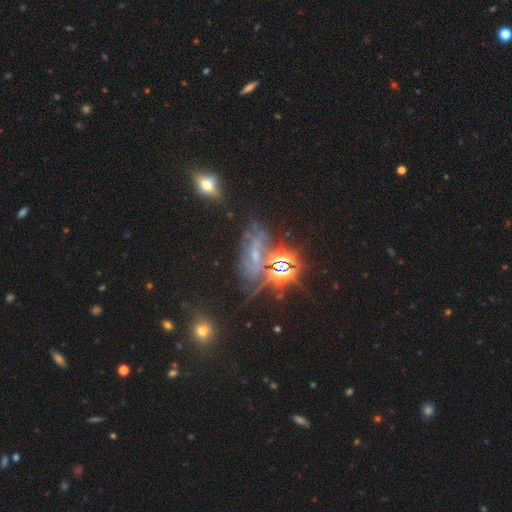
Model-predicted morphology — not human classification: A featured or disk galaxy (49%).

Vote fractions:
- Smooth or featured? featured or disk: 49% / star or artifact: 36% / smooth: 15%
- Merging? none: 56% / minor disturbance: 21% / major disturbance: 16% / merger: 8%